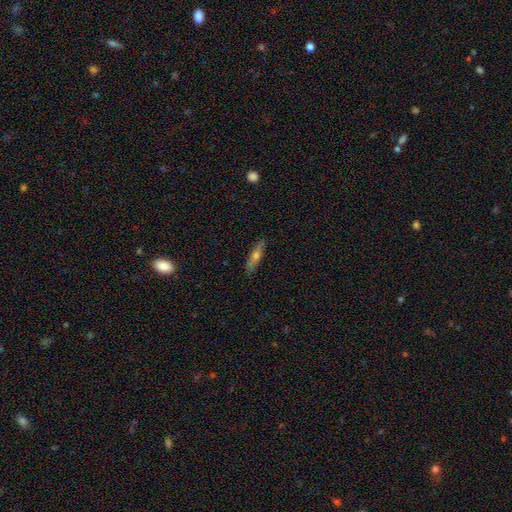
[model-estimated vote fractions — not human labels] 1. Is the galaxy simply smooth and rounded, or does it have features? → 47% featured or disk, 45% smooth, 7% star or artifact.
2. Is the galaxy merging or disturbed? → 87% none, 10% minor disturbance, 2% major disturbance, 1% merger.